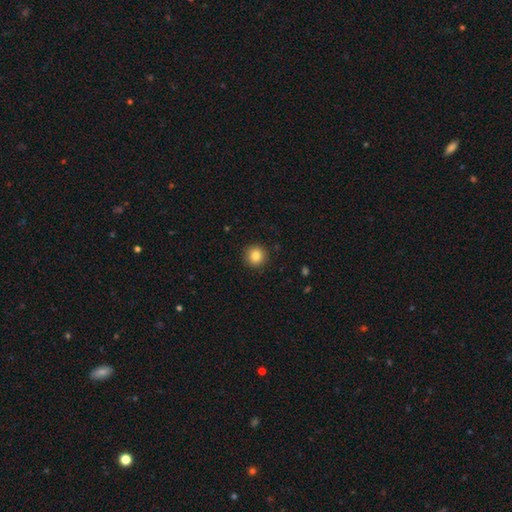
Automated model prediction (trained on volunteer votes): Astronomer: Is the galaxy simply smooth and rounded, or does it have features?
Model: smooth — 85%.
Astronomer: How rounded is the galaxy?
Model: round — 93%.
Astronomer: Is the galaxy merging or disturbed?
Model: none — 91%.